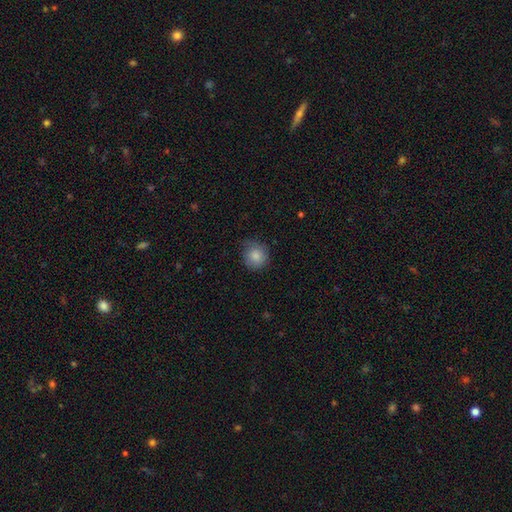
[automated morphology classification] smooth 84%, featured or disk 8%, star or artifact 8%. Down the decision tree: how rounded — round (88%); merging — none (67%).